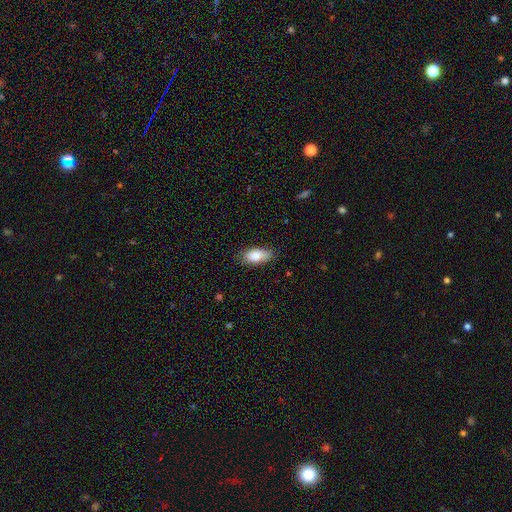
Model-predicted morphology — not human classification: smooth-or-featured: smooth: 84% | featured or disk: 9% | star or artifact: 7%
  how-rounded: in between: 89% | cigar-shaped: 8% | round: 3%
  merging: none: 75% | minor disturbance: 20% | major disturbance: 4% | merger: 1%